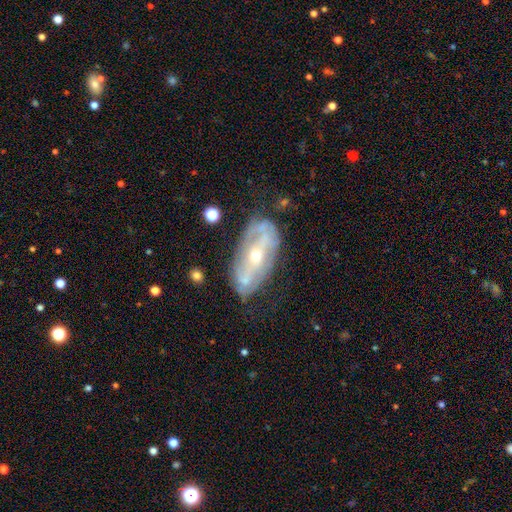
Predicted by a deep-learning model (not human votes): smooth-or-featured: featured or disk: 79% | smooth: 14% | star or artifact: 7%
  disk-edge-on: no: 89% | yes: 11%
    bar: strong: 40% | no: 33% | weak: 27%
    has-spiral-arms: yes: 68% | no: 32%
    bulge-size: small: 57% | moderate: 40% | large: 1% | none: 1% | dominant: 1%
  merging: none: 58% | minor disturbance: 25% | major disturbance: 14% | merger: 3%